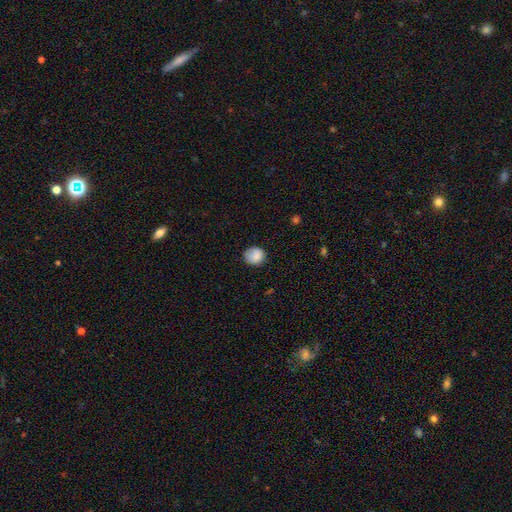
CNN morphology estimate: type=smooth (86%); roundness=round (79%); merging=none (74%).